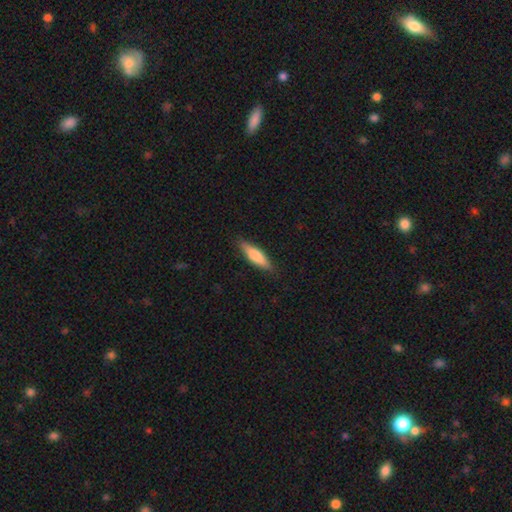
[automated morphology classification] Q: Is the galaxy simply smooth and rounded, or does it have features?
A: smooth — 74%.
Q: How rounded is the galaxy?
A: cigar-shaped — 64%.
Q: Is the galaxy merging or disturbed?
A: none — 87%.